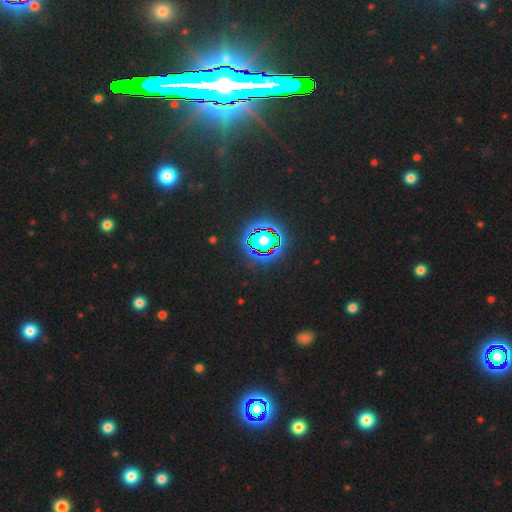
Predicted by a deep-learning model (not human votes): smooth-or-featured: star or artifact: 82% | featured or disk: 9% | smooth: 9%